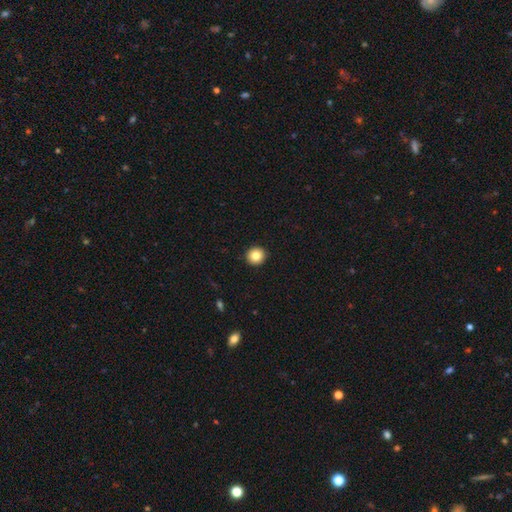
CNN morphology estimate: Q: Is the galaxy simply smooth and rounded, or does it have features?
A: smooth — 83%.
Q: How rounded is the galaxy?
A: round — 93%.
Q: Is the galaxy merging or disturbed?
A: none — 93%.